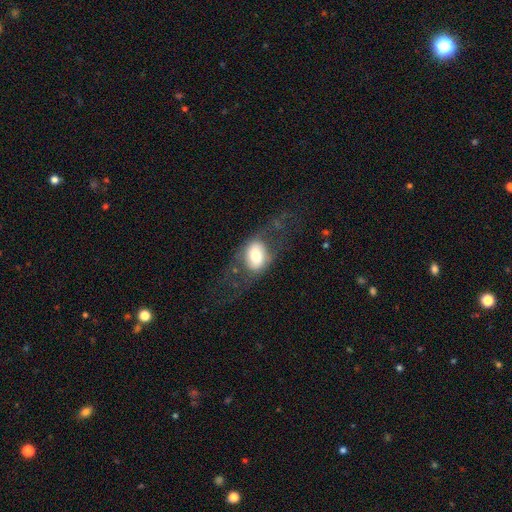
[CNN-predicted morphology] Smooth or featured? Predicted: smooth (p=0.59). How rounded? Predicted: in between (p=0.72). Merging? Predicted: none (p=0.46).